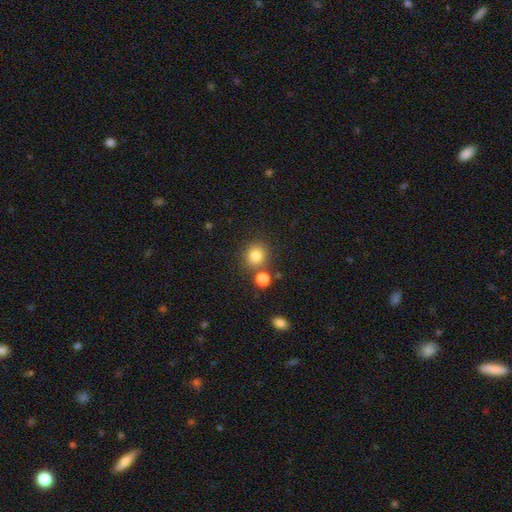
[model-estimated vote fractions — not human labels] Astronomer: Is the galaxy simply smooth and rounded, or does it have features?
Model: smooth — 82%.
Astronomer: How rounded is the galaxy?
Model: round — 87%.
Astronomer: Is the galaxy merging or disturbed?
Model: none — 74%.